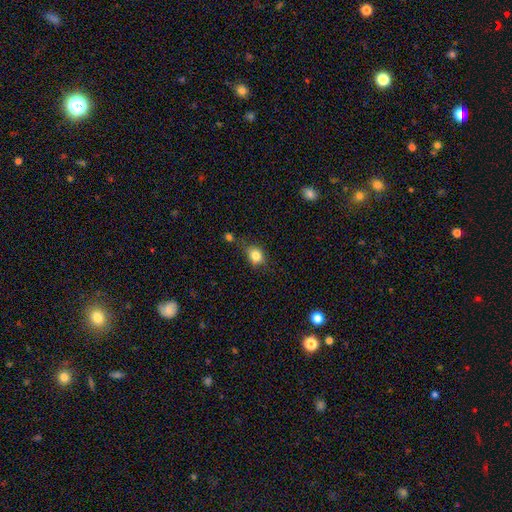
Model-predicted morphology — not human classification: smooth-or-featured: smooth: 80% | star or artifact: 11% | featured or disk: 9%
  how-rounded: round: 53% | in between: 45% | cigar-shaped: 2%
  merging: none: 61% | minor disturbance: 24% | merger: 7% | major disturbance: 7%